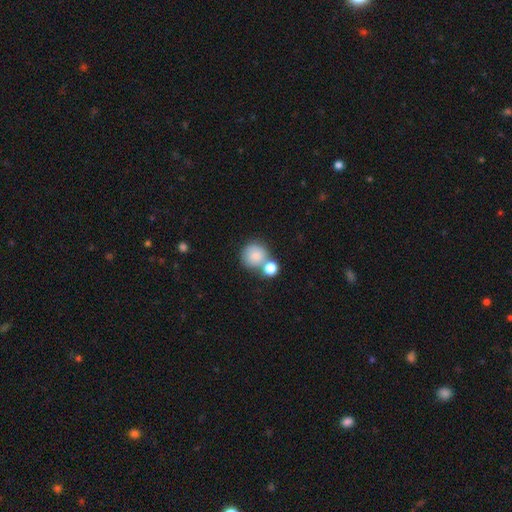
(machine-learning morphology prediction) The model was most divided on "merging": none: 49%, merger: 37%, minor disturbance: 11%, major disturbance: 4%. More confident: how rounded — round (90%); smooth or featured — smooth (80%).